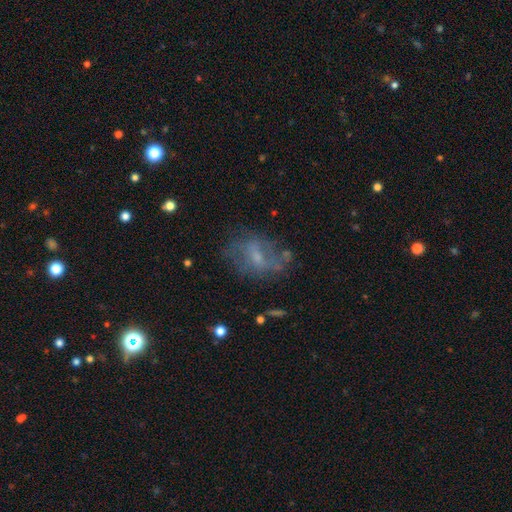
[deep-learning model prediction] smooth-or-featured: featured or disk: 52% | smooth: 36% | star or artifact: 12%
  disk-edge-on: no: 94% | yes: 6%
  merging: none: 51% | minor disturbance: 23% | major disturbance: 22% | merger: 5%